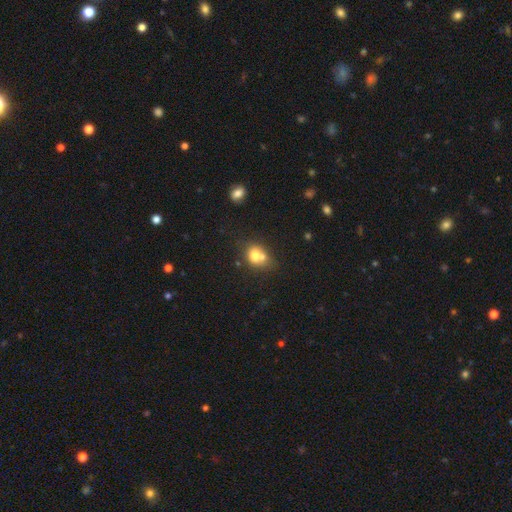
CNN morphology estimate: Smooth or featured: smooth — 70% (featured or disk — 19%)
How rounded: round — 59% (in between — 40%)
Merging: merger — 55% (none — 31%)